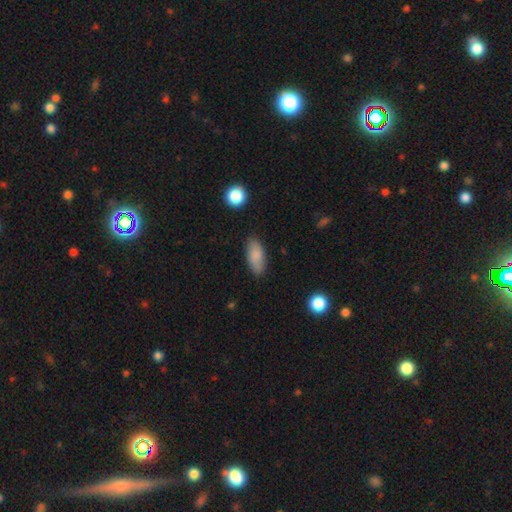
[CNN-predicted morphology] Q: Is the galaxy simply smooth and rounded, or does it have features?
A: smooth — 85%.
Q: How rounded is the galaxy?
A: in between — 87%.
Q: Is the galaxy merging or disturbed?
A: none — 82%.